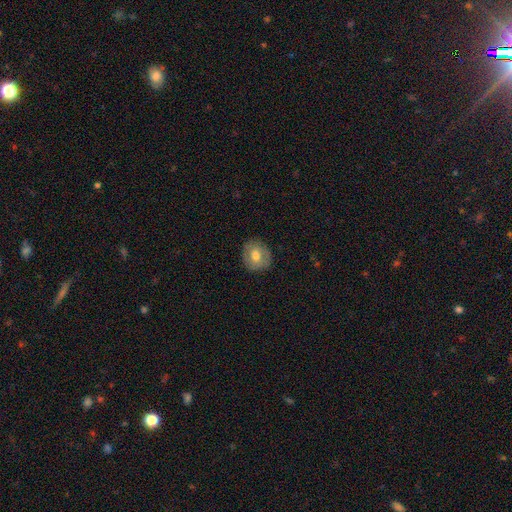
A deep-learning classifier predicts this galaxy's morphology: smooth-or-featured: smooth: 66% | featured or disk: 26% | star or artifact: 8%
  how-rounded: round: 79% | in between: 20% | cigar-shaped: 1%
  merging: none: 85% | minor disturbance: 11% | major disturbance: 3% | merger: 1%